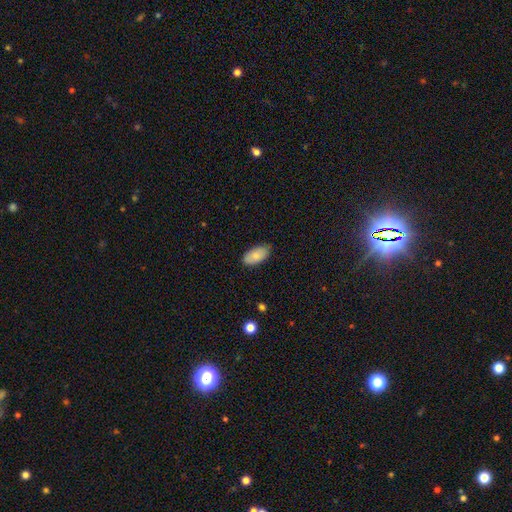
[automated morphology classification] Smooth or featured: smooth — 84% (featured or disk — 10%)
How rounded: in between — 95% (cigar-shaped — 3%)
Merging: none — 79% (minor disturbance — 17%)